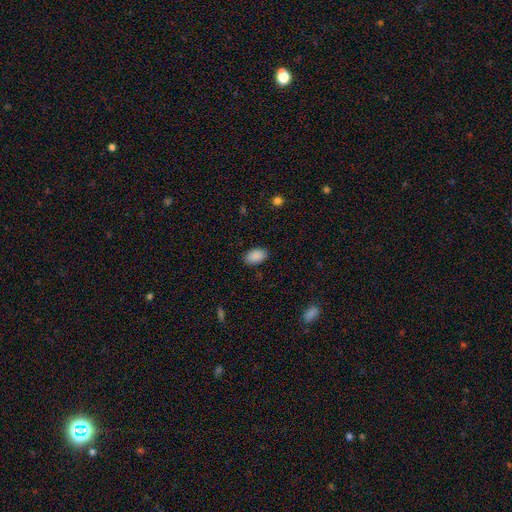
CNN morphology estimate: smooth_or_featured: smooth (p=0.89) [alt: star or artifact p=0.07]
how_rounded: in between (p=0.91) [alt: round p=0.07]
merging: none (p=0.86) [alt: minor disturbance p=0.10]